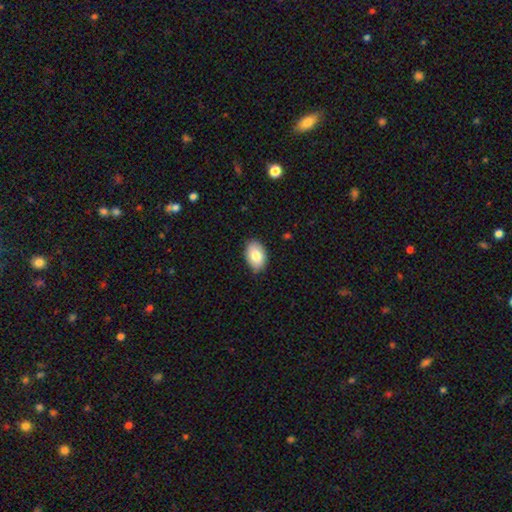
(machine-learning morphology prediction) A smooth galaxy with no disk features (82%) that is in between round and cigar-shaped (87%). Merging: none (84%).